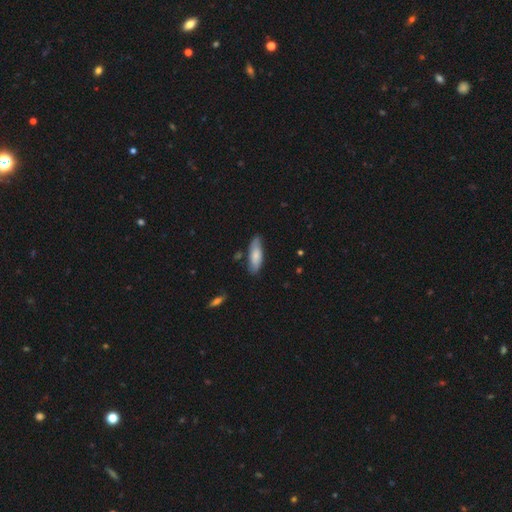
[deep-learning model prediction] This is likely a smooth galaxy (75%). How rounded: possibly in between (57%). Merging: likely none (78%).